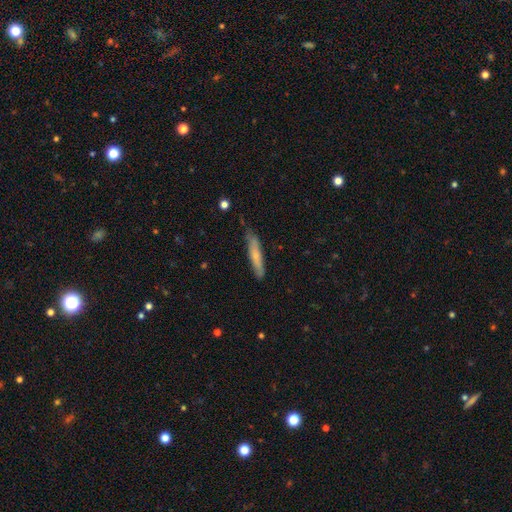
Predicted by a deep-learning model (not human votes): A smooth galaxy with no disk features (63%) that is cigar-shaped (91%).

Vote fractions:
- Smooth or featured? smooth: 63% / featured or disk: 31% / star or artifact: 6%
- How rounded? cigar-shaped: 91% / in between: 8% / round: 1%
- Merging? none: 74% / minor disturbance: 21% / major disturbance: 3% / merger: 2%